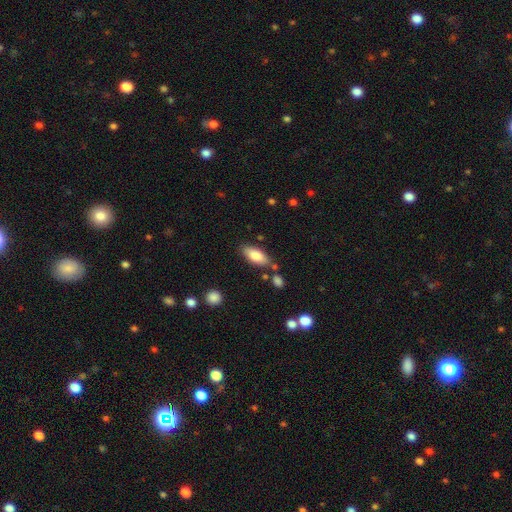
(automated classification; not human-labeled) Smooth or featured? smooth (78%)
How rounded? in between (84%)
Merging? none (77%)